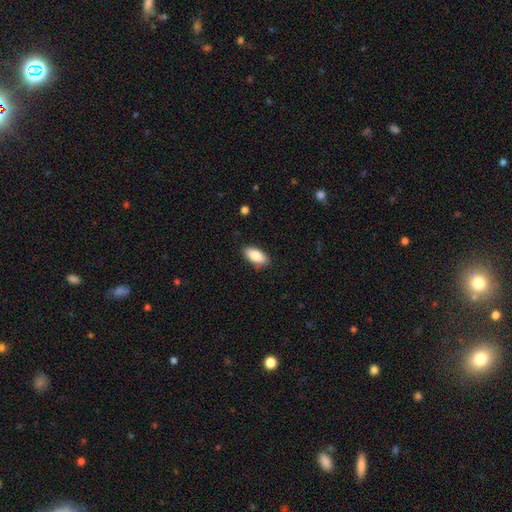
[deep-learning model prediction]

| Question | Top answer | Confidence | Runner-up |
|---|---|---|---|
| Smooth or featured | smooth | 87% | featured or disk (7%) |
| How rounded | in between | 91% | cigar-shaped (7%) |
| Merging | none | 86% | minor disturbance (11%) |